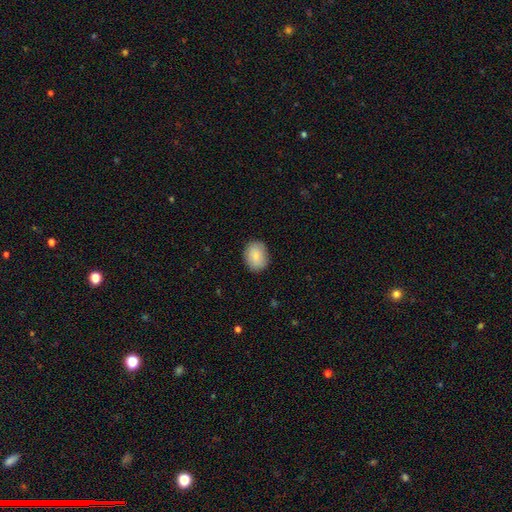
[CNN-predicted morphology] A smooth galaxy with no disk features (86%) that is in between round and cigar-shaped (59%).

Vote fractions:
- Smooth or featured? smooth: 86% / featured or disk: 7% / star or artifact: 7%
- How rounded? in between: 59% / round: 40% / cigar-shaped: 1%
- Merging? none: 86% / minor disturbance: 11% / major disturbance: 3% / merger: 1%